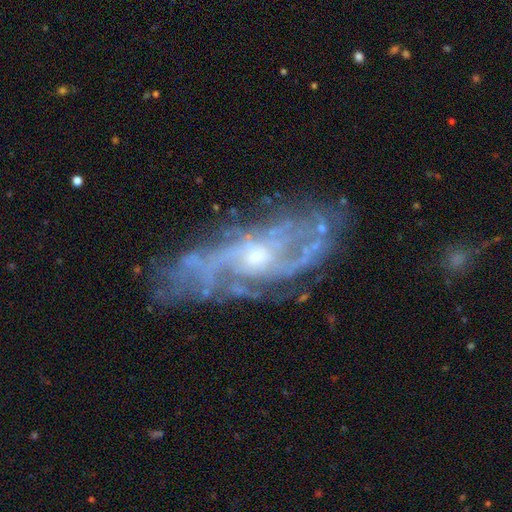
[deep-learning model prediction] Overall: featured or disk (87%). Edge-on disk: no (89%). Bar: no (61%; weak 32%). Spiral arms: yes (94%). Spiral arm count: can't tell (33%; 2 27%). Spiral winding: tight (43%; medium 41%). Bulge size: small (54%; moderate 40%). Merging: none (73%).